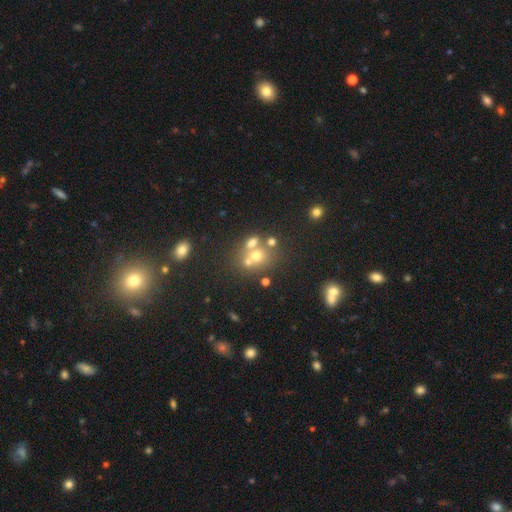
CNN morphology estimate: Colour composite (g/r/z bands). It shows a smooth galaxy with no disk features (53%) that is round (74%). Merging: none (46%).